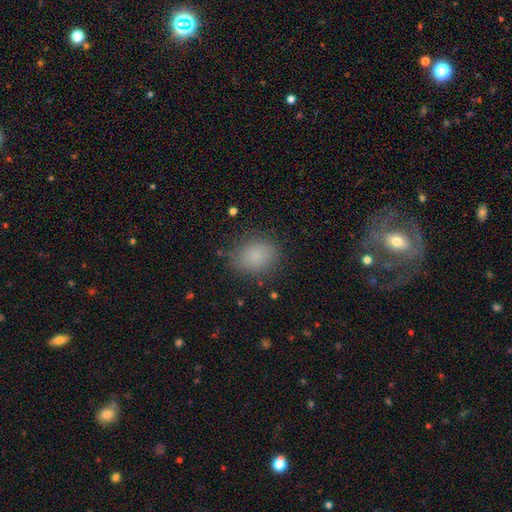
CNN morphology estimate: smooth 83%, star or artifact 11%, featured or disk 6%. Down the decision tree: how rounded — round (53%); merging — none (82%).